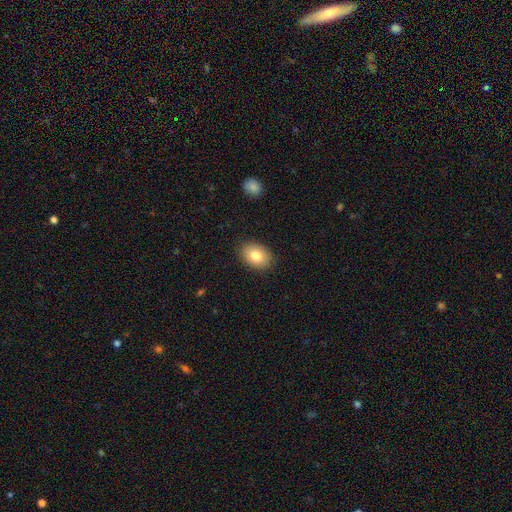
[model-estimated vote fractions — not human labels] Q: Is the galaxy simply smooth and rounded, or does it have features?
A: smooth — 81%.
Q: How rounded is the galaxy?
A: in between — 79%.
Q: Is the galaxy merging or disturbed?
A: none — 88%.